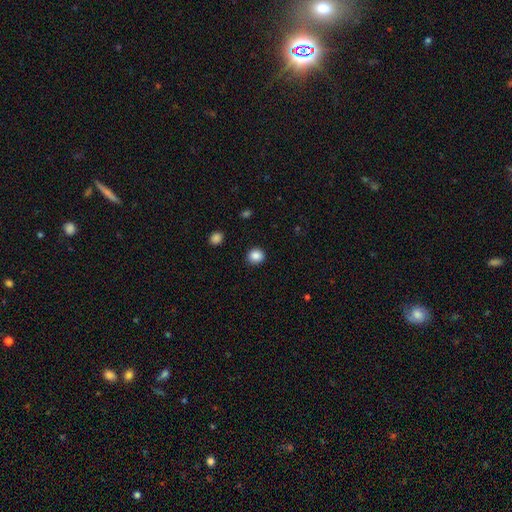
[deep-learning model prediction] Overall: smooth (87%). How rounded: round (82%). Merging: none (90%).